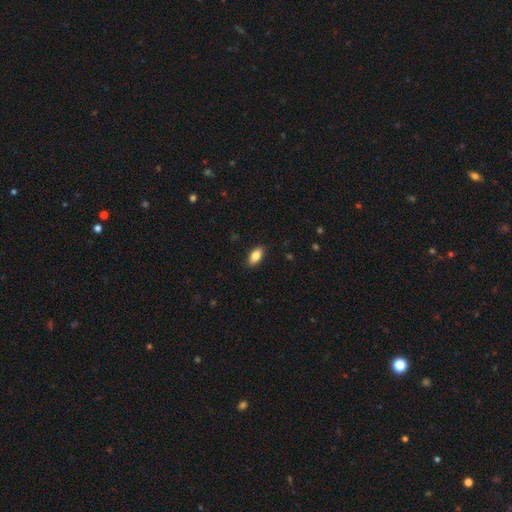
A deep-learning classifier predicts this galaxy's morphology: smooth-or-featured: smooth: 85% | featured or disk: 8% | star or artifact: 7%
  how-rounded: in between: 91% | cigar-shaped: 6% | round: 3%
  merging: none: 88% | minor disturbance: 9% | major disturbance: 2% | merger: 1%